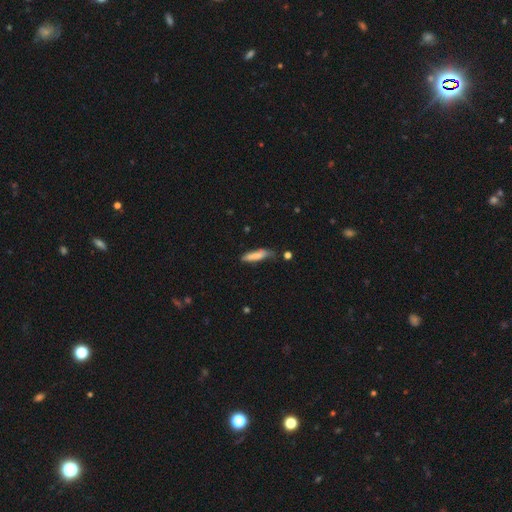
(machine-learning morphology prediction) This is likely a smooth galaxy (78%). How rounded: likely cigar-shaped (80%). Merging: possibly none (59%).